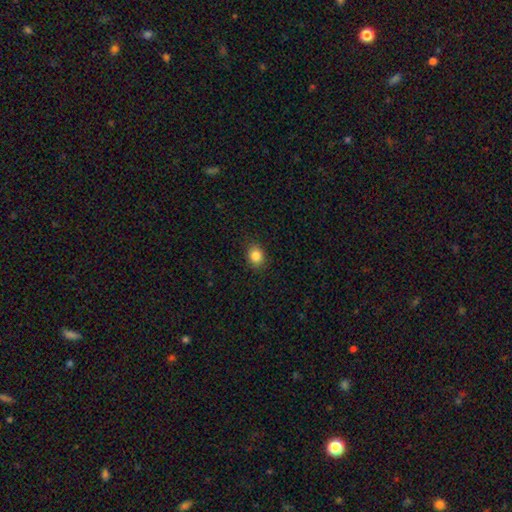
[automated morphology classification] Smooth or featured?
  - smooth: 85% *
  - star or artifact: 10%
  - featured or disk: 5%
How rounded?
  - round: 58% *
  - in between: 41%
  - cigar-shaped: 1%
Merging?
  - none: 88% *
  - minor disturbance: 9%
  - major disturbance: 2%
  - merger: 1%